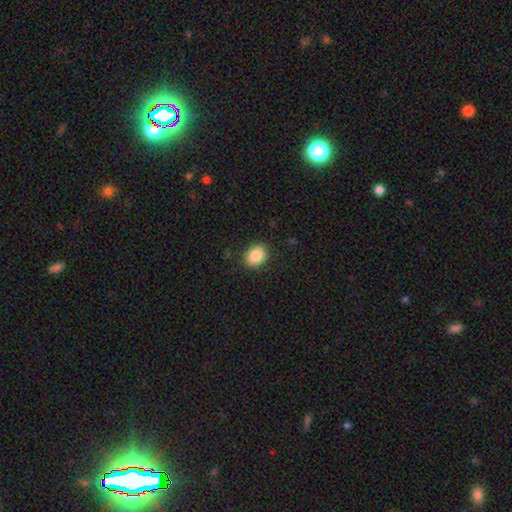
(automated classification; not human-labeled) Smooth or featured: smooth — 87% (star or artifact — 8%)
How rounded: in between — 57% (round — 42%)
Merging: none — 87% (minor disturbance — 10%)